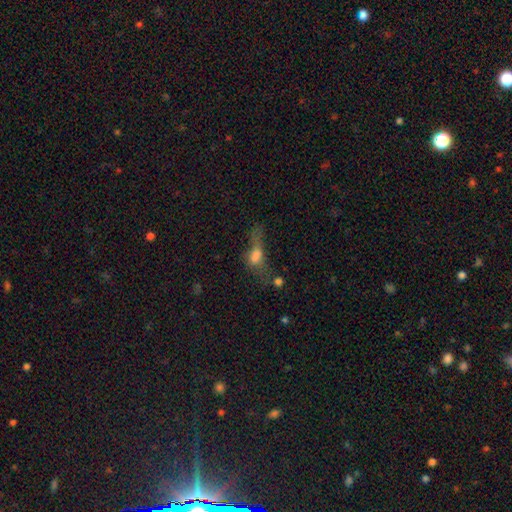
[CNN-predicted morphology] This is possibly a smooth galaxy (56%). How rounded: possibly in between (58%). Merging: marginally major disturbance (42%).